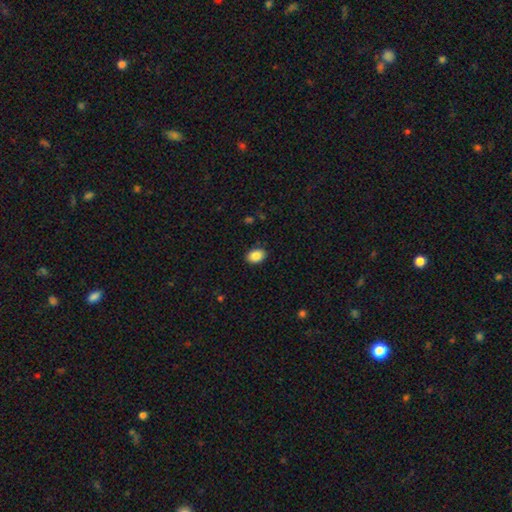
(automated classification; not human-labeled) This is clearly a smooth galaxy (88%). How rounded: likely in between (78%). Merging: clearly none (87%).